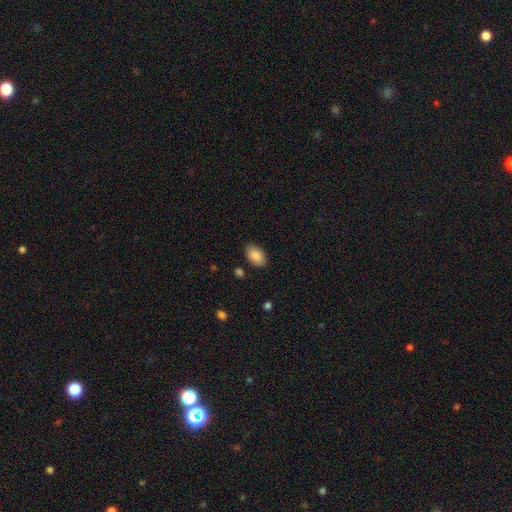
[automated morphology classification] Smooth or featured? smooth (88%)
How rounded? in between (92%)
Merging? none (86%)